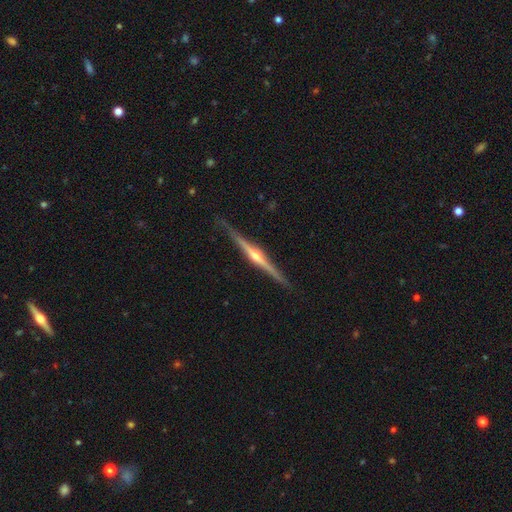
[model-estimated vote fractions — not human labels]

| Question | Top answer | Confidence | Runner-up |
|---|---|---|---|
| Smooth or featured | featured or disk | 88% | smooth (8%) |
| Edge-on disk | yes | 99% | no (1%) |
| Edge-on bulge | rounded | 91% | none (5%) |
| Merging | none | 89% | minor disturbance (8%) |